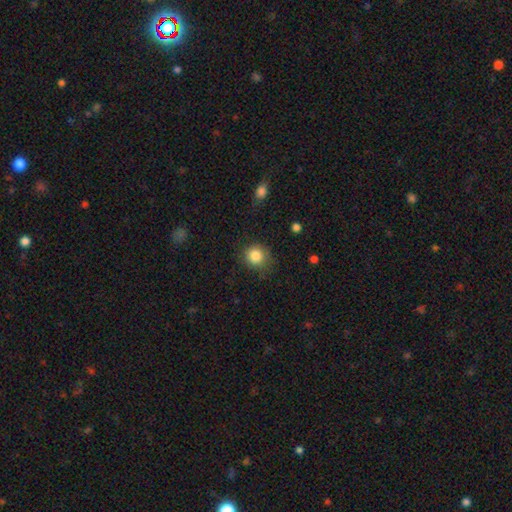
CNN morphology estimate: Smooth or featured: smooth — 85% (star or artifact — 10%)
How rounded: round — 87% (in between — 12%)
Merging: none — 77% (minor disturbance — 16%)